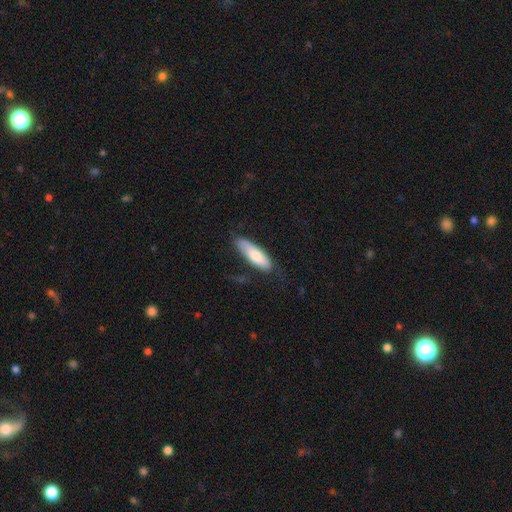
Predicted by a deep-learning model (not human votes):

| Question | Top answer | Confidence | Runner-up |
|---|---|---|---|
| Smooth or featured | smooth | 75% | featured or disk (20%) |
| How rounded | cigar-shaped | 51% | in between (47%) |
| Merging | none | 69% | minor disturbance (23%) |